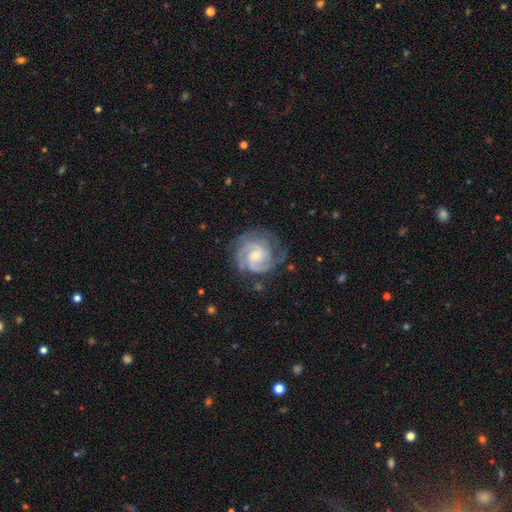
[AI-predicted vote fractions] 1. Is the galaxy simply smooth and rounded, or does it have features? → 87% featured or disk, 8% smooth, 5% star or artifact.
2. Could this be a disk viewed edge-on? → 98% no, 2% yes.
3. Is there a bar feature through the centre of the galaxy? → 62% no, 33% weak, 6% strong.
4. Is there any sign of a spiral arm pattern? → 97% yes, 3% no.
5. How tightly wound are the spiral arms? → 61% tight, 33% medium, 6% loose.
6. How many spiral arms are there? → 42% 2, 27% 3, 17% can't tell, 6% 4, 4% 1, 4% more than 4.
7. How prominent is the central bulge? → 59% small, 35% moderate, 3% none, 3% large, 1% dominant.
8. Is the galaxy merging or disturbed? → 69% none, 19% minor disturbance, 10% major disturbance, 2% merger.